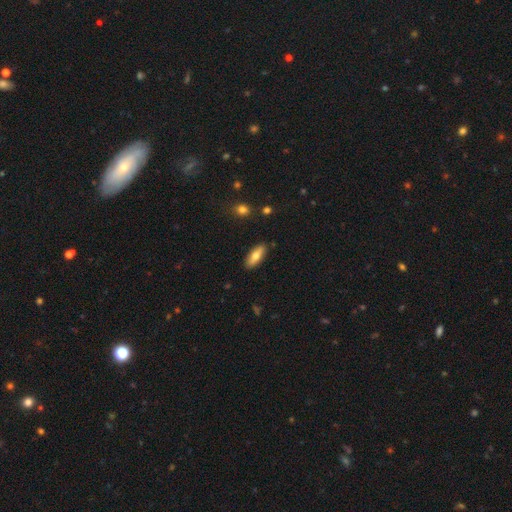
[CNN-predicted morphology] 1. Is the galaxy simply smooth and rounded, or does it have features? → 72% smooth, 21% featured or disk, 6% star or artifact.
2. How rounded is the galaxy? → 69% in between, 29% cigar-shaped, 2% round.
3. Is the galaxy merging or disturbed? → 88% none, 9% minor disturbance, 2% major disturbance, 1% merger.